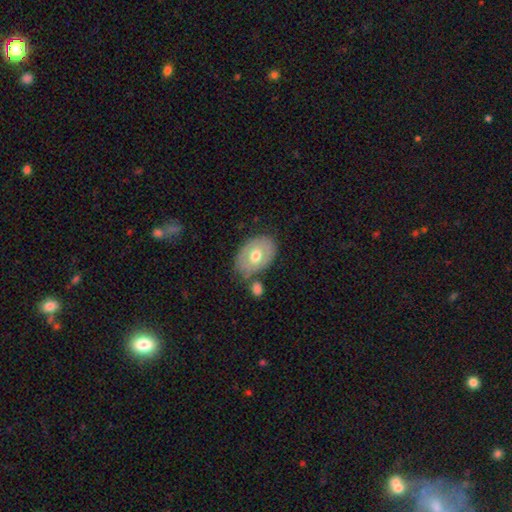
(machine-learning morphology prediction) The model was most divided on "smooth or featured": smooth: 55%, featured or disk: 39%, star or artifact: 6%. More confident: how rounded — in between (81%); merging — none (65%).